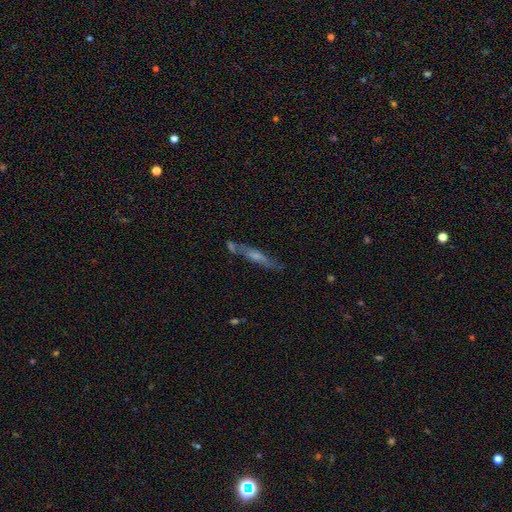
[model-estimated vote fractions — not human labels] A featured or disk galaxy (50%).

Vote fractions:
- Smooth or featured? featured or disk: 50% / smooth: 40% / star or artifact: 10%
- Merging? none: 62% / minor disturbance: 17% / merger: 15% / major disturbance: 7%